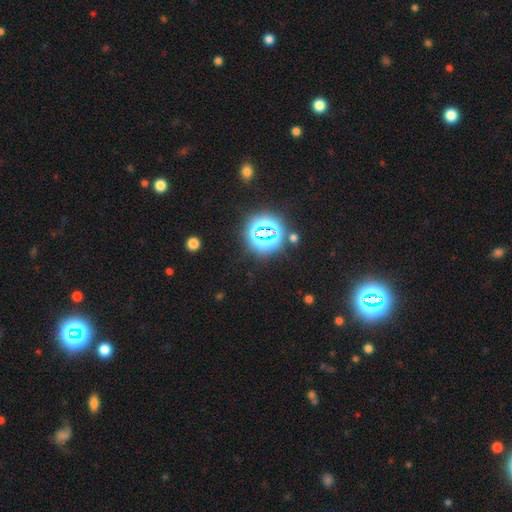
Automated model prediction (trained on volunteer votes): The model was most divided on "smooth or featured": star or artifact: 75%, smooth: 17%, featured or disk: 8%.